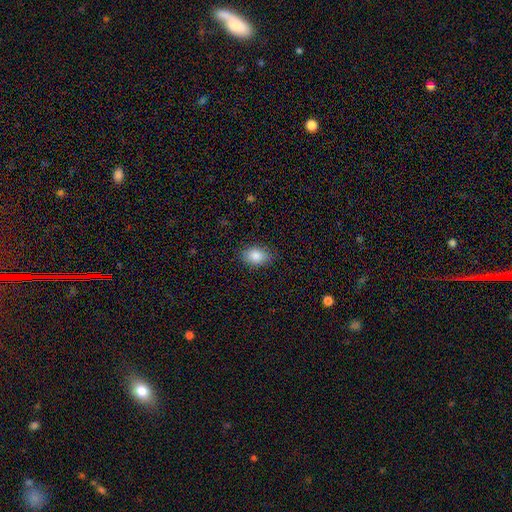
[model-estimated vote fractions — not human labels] Morphology: type=smooth (86%); roundness=in between (85%); merging=none (84%).